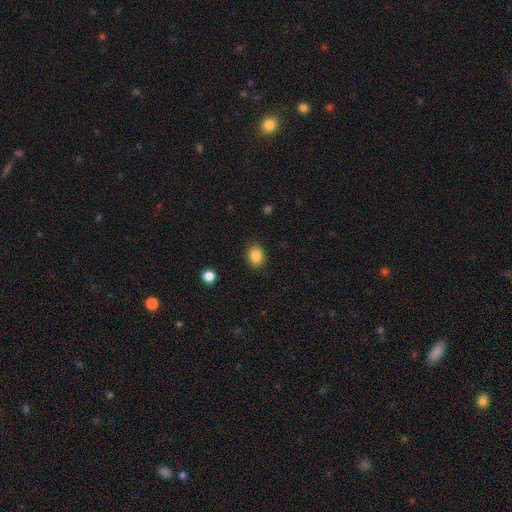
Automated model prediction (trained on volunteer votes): This is clearly a smooth galaxy (86%). How rounded: possibly in between (60%). Merging: clearly none (86%).